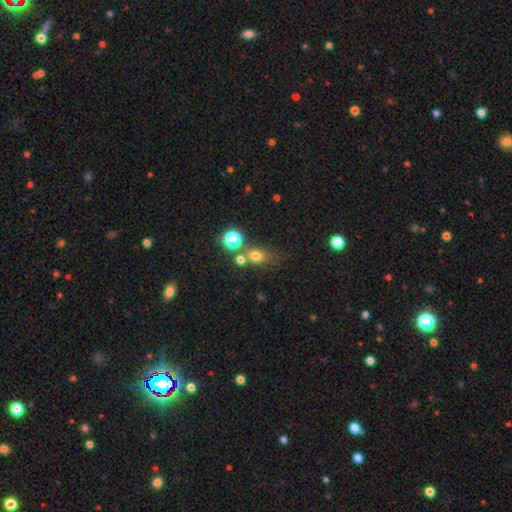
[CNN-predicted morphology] Smooth or featured? smooth (69%)
How rounded? round (61%)
Merging? none (57%)